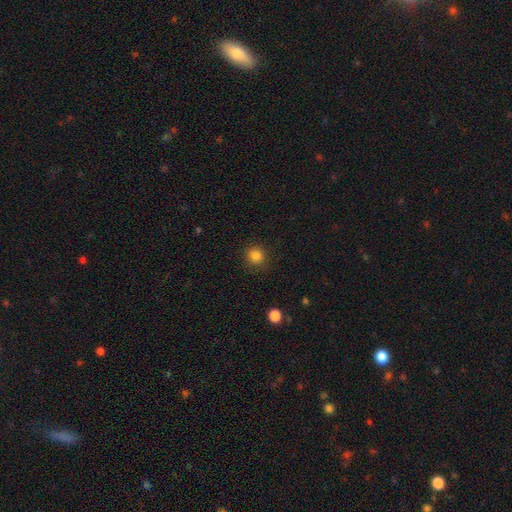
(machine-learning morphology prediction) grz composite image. It shows a smooth galaxy with no disk features (84%) that is round (91%). Merging: none (89%).